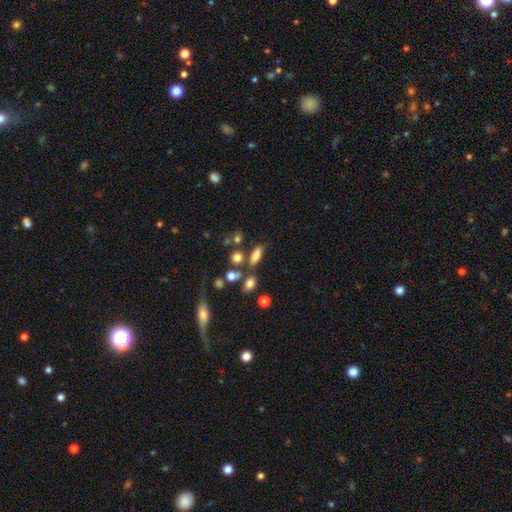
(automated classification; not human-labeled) Smooth or featured? Predicted: smooth (p=0.77). How rounded? Predicted: in between (p=0.69). Merging? Predicted: none (p=0.64).